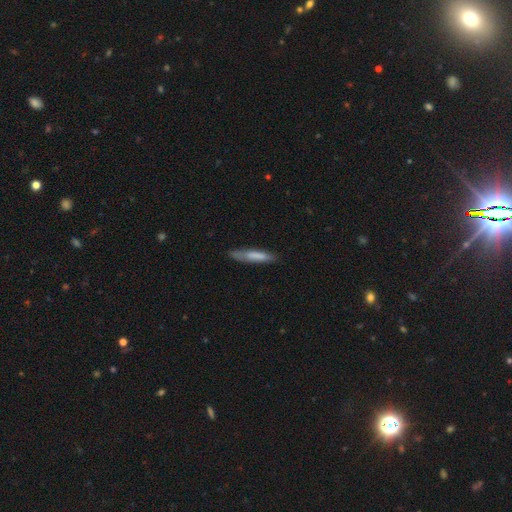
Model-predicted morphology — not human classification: Smooth or featured? smooth (73%)
How rounded? cigar-shaped (89%)
Merging? none (76%)